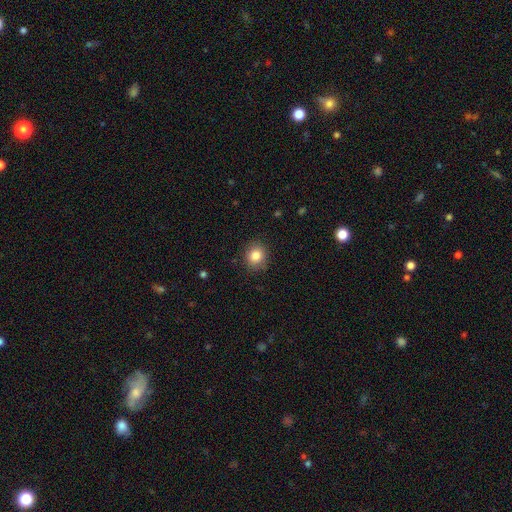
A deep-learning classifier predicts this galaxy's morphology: Q: Smooth or featured?
A: smooth (84%); runner-up: star or artifact (10%)
Q: How rounded?
A: round (80%); runner-up: in between (19%)
Q: Merging?
A: none (87%); runner-up: minor disturbance (10%)